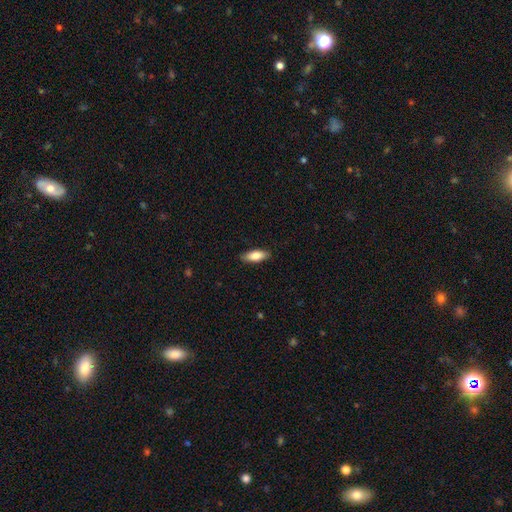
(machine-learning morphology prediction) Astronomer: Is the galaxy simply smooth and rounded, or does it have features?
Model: smooth — 82%.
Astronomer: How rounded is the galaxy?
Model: in between — 76%.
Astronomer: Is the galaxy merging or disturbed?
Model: none — 86%.